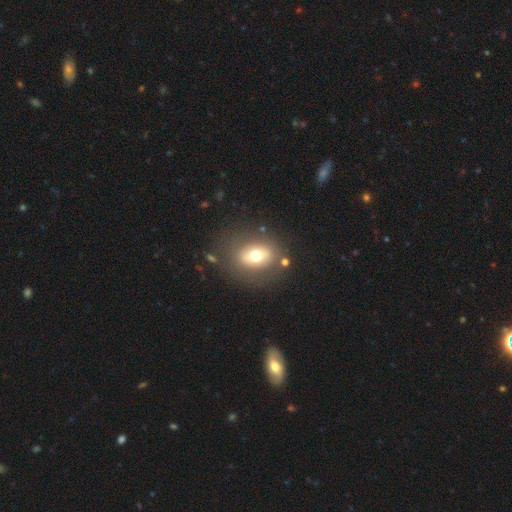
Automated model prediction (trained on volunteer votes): Smooth or featured?
  - smooth: 55% *
  - featured or disk: 35%
  - star or artifact: 10%
How rounded?
  - in between: 59% *
  - round: 39%
  - cigar-shaped: 2%
Merging?
  - none: 75% *
  - minor disturbance: 13%
  - major disturbance: 8%
  - merger: 5%